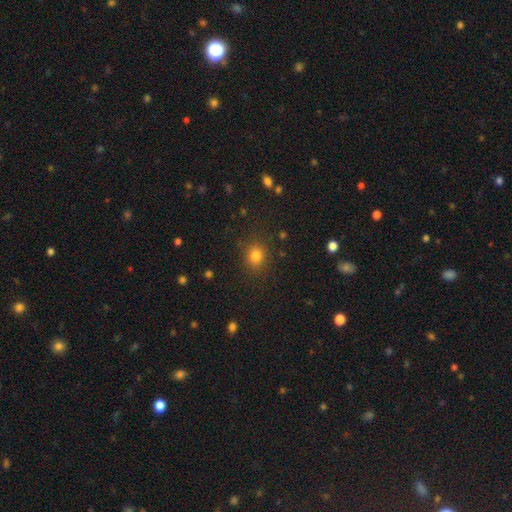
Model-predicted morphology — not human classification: Smooth or featured: smooth — 81% (star or artifact — 13%)
How rounded: round — 69% (in between — 30%)
Merging: none — 85% (minor disturbance — 10%)